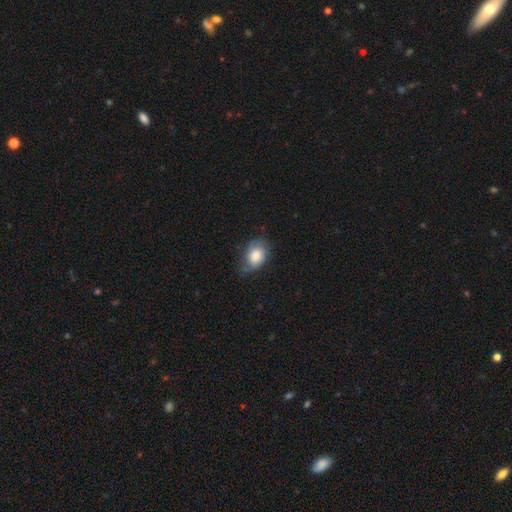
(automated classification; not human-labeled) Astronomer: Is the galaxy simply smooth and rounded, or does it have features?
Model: smooth — 76%.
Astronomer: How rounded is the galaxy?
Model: in between — 72%.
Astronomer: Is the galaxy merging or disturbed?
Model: none — 51% (runner-up: minor disturbance, 36%).